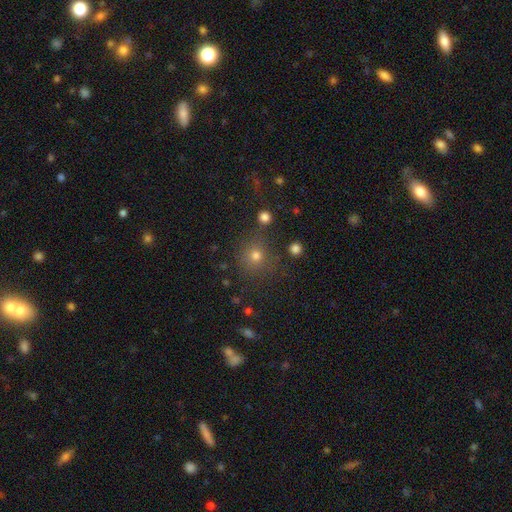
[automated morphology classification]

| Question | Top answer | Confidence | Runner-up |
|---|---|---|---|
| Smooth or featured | smooth | 72% | star or artifact (20%) |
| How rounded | round | 90% | in between (9%) |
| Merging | none | 81% | minor disturbance (10%) |